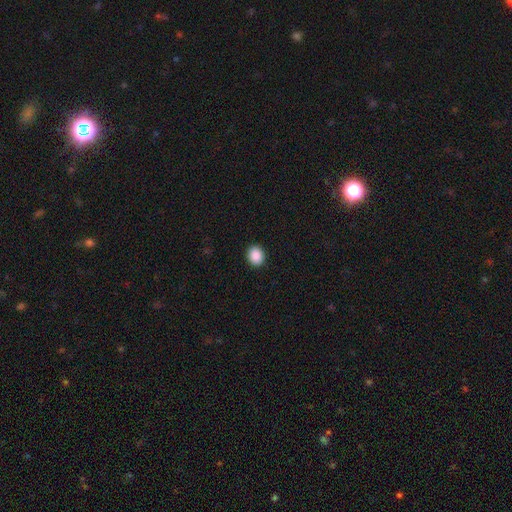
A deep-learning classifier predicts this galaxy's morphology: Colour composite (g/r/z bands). It shows a smooth galaxy with no disk features (89%) that is round (61%). Merging: none (92%).